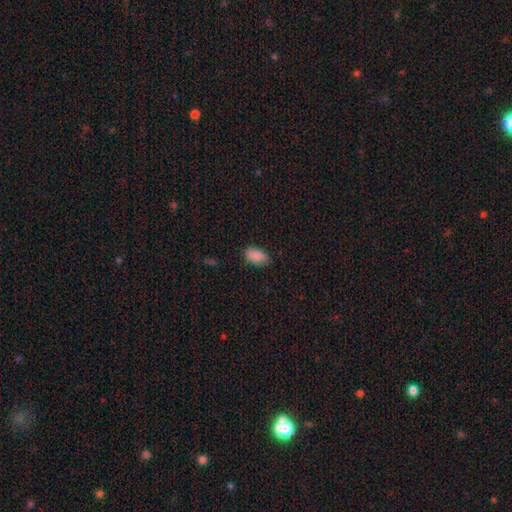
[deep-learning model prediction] Smooth or featured? Predicted: smooth (p=0.89). How rounded? Predicted: in between (p=0.93). Merging? Predicted: none (p=0.80).